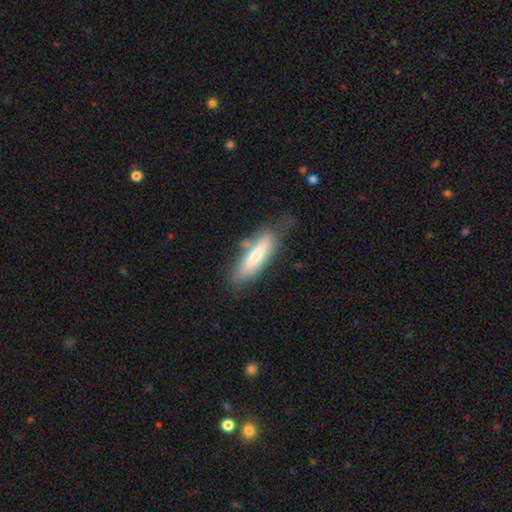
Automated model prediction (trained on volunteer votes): Overall: smooth (61%; featured or disk 32%). How rounded: cigar-shaped (62%; in between 36%). Merging: none (51%; minor disturbance 27%).